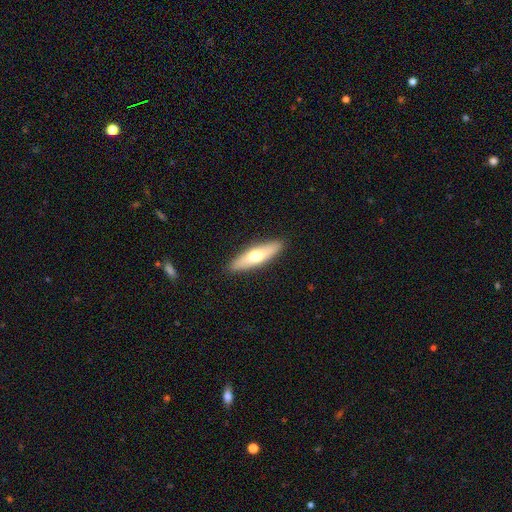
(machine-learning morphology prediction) Smooth or featured: smooth — 57% (featured or disk — 38%)
How rounded: cigar-shaped — 63% (in between — 35%)
Merging: none — 89% (minor disturbance — 8%)